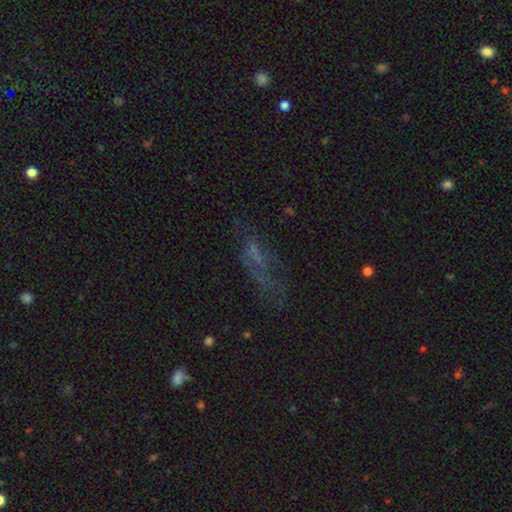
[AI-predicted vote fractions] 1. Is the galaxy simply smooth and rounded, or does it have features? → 41% featured or disk, 34% smooth, 25% star or artifact.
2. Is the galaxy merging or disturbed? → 41% none, 34% major disturbance, 20% minor disturbance, 4% merger.